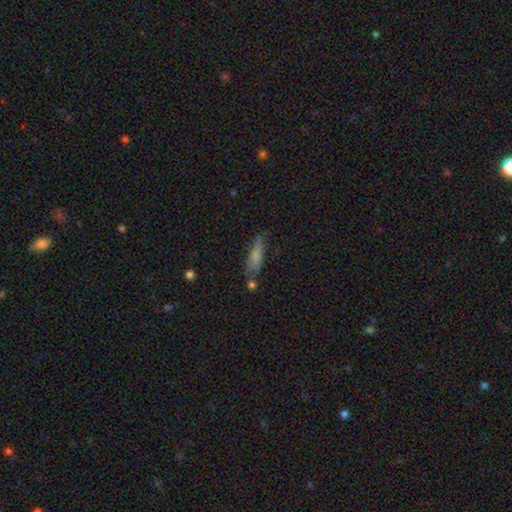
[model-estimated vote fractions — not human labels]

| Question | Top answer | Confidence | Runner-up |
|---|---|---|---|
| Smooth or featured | smooth | 74% | featured or disk (18%) |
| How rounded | cigar-shaped | 67% | in between (31%) |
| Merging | none | 63% | minor disturbance (22%) |